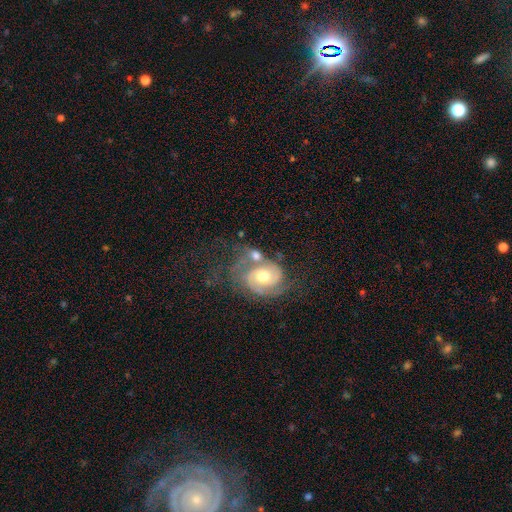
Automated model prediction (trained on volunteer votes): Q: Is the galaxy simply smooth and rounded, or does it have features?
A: featured or disk — 75%.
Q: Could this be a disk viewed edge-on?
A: no — 96%.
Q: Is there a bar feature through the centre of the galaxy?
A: no — 68%.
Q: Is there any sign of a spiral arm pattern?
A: yes — 91%.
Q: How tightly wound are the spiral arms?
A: tight — 47%.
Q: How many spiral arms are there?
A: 2 — 74%.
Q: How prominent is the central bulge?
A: moderate — 74%.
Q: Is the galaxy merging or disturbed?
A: none — 39%.